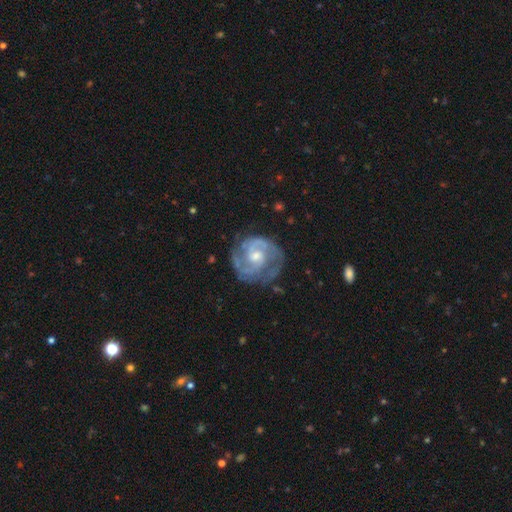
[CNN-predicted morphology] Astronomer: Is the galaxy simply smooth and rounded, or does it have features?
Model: featured or disk — 87%.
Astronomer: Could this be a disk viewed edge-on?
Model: no — 98%.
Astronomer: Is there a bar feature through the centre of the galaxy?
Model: no — 54% (runner-up: weak, 39%).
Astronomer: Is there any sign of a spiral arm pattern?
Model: yes — 95%.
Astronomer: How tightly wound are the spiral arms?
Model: tight — 47% (runner-up: medium, 43%).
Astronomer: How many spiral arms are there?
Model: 2 — 65%.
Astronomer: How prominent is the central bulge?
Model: moderate — 57% (runner-up: small, 36%).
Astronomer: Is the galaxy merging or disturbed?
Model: none — 70%.